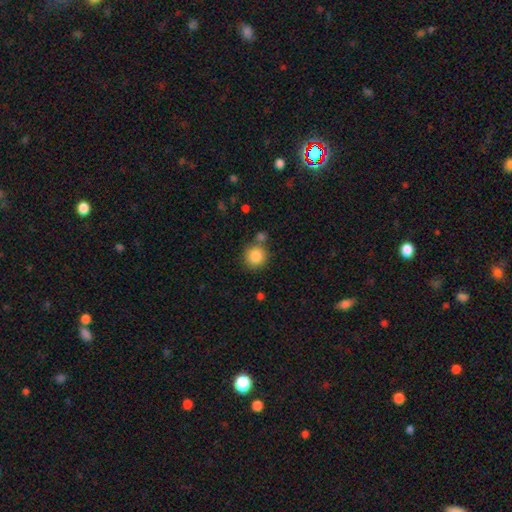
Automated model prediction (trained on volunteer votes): Smooth or featured?
  - smooth: 85% *
  - star or artifact: 9%
  - featured or disk: 5%
How rounded?
  - round: 91% *
  - in between: 8%
  - cigar-shaped: 1%
Merging?
  - none: 74% *
  - merger: 13%
  - minor disturbance: 10%
  - major disturbance: 3%